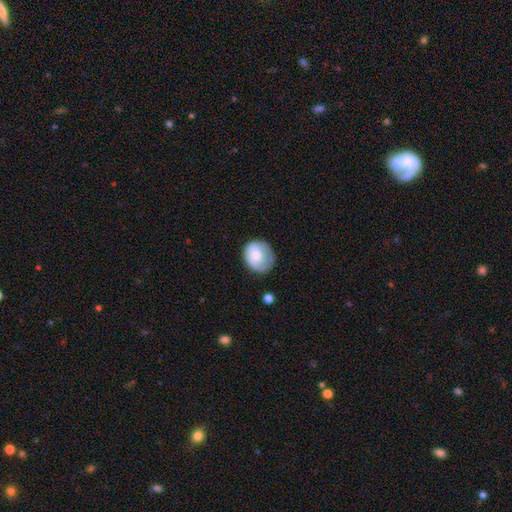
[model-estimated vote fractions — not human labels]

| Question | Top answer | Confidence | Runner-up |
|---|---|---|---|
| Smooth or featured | smooth | 68% | featured or disk (25%) |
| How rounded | round | 74% | in between (25%) |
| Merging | none | 68% | minor disturbance (23%) |